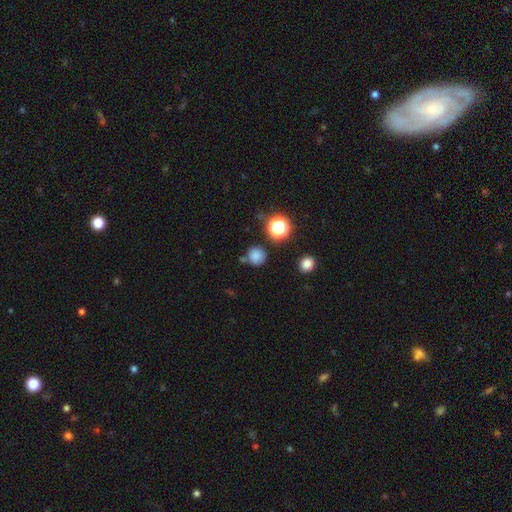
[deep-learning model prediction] A smooth galaxy with no disk features (78%) that is round (91%).

Vote fractions:
- Smooth or featured? smooth: 78% / star or artifact: 16% / featured or disk: 5%
- How rounded? round: 91% / in between: 8% / cigar-shaped: 1%
- Merging? none: 74% / minor disturbance: 12% / merger: 9% / major disturbance: 4%